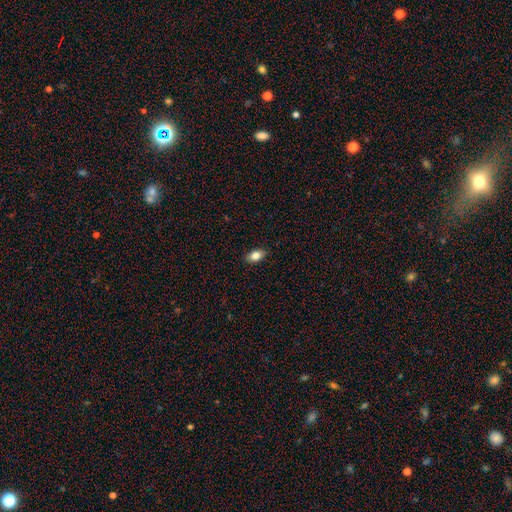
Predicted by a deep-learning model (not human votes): This is clearly a smooth galaxy (82%). How rounded: clearly in between (90%). Merging: clearly none (88%).